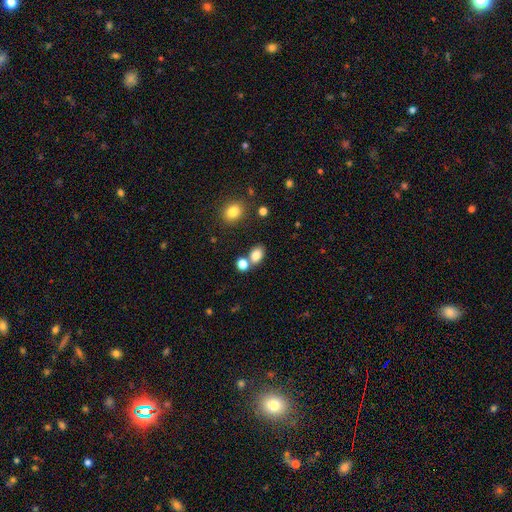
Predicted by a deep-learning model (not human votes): Smooth or featured? smooth (83%)
How rounded? in between (76%)
Merging? none (63%)